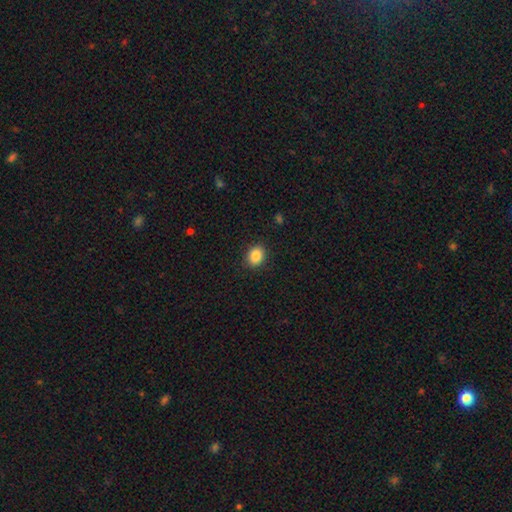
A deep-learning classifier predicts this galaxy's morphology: A smooth galaxy with no disk features (87%) that is round (52%). Merging: none (89%).